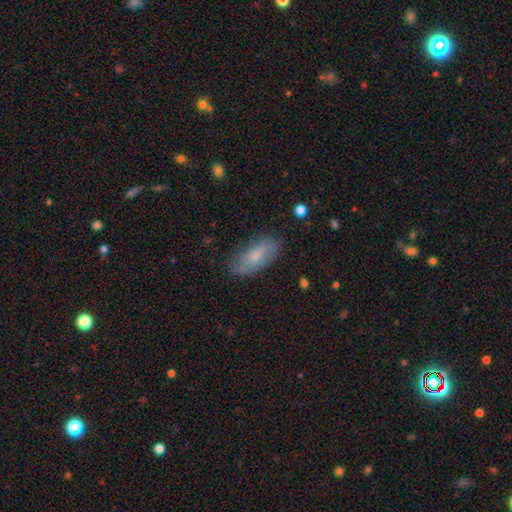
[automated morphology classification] Smooth or featured? smooth (64%)
How rounded? in between (85%)
Merging? none (76%)